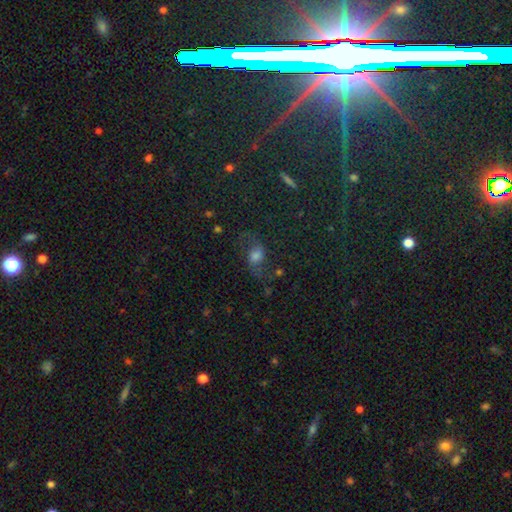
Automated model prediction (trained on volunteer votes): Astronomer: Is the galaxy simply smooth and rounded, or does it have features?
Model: featured or disk — 47% (runner-up: smooth, 31%).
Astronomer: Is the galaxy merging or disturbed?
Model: none — 61%.